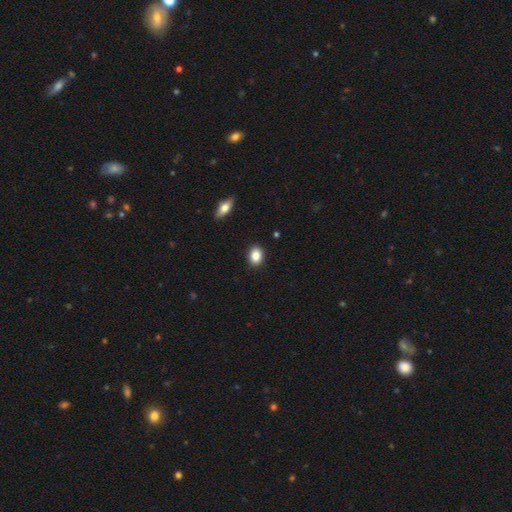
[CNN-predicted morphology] Smooth or featured: smooth — 84% (star or artifact — 9%)
How rounded: in between — 63% (round — 35%)
Merging: none — 91% (minor disturbance — 7%)